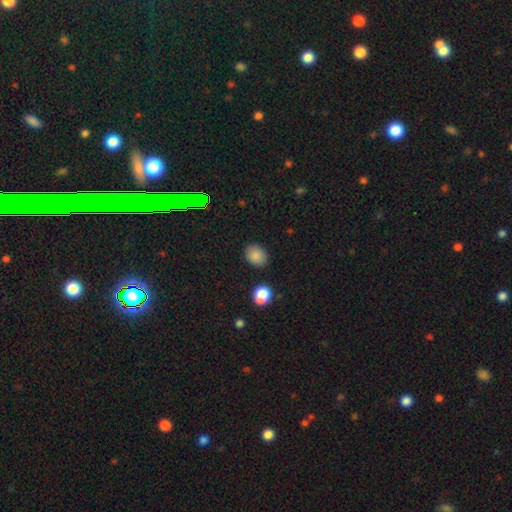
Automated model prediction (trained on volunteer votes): A smooth galaxy with no disk features (85%) that is in between round and cigar-shaped (64%).

Vote fractions:
- Smooth or featured? smooth: 85% / star or artifact: 10% / featured or disk: 5%
- How rounded? in between: 64% / round: 35% / cigar-shaped: 1%
- Merging? none: 84% / minor disturbance: 11% / merger: 3% / major disturbance: 3%